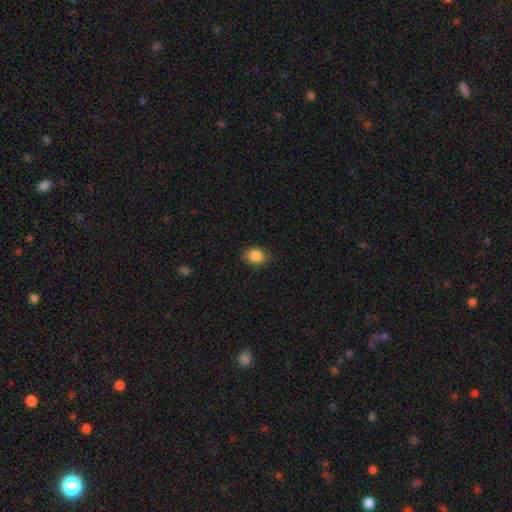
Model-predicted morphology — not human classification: This appears to be a smooth galaxy with no disk features (87%) that is in between round and cigar-shaped (62%). Merging: none (84%).